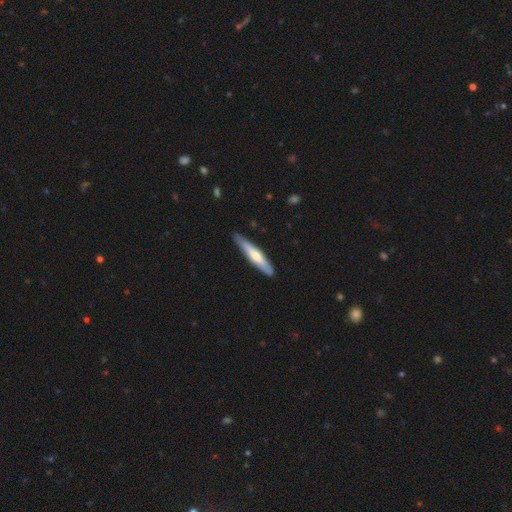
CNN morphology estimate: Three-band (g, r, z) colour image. It shows a smooth galaxy with no disk features (53%) that is cigar-shaped (90%). Merging: none (85%).